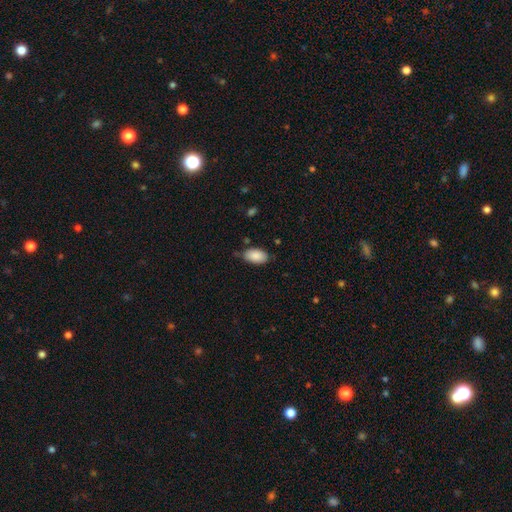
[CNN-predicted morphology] A smooth galaxy with no disk features (89%) that is in between round and cigar-shaped (95%).

Vote fractions:
- Smooth or featured? smooth: 89% / star or artifact: 7% / featured or disk: 4%
- How rounded? in between: 95% / round: 3% / cigar-shaped: 2%
- Merging? none: 75% / minor disturbance: 19% / major disturbance: 3% / merger: 2%